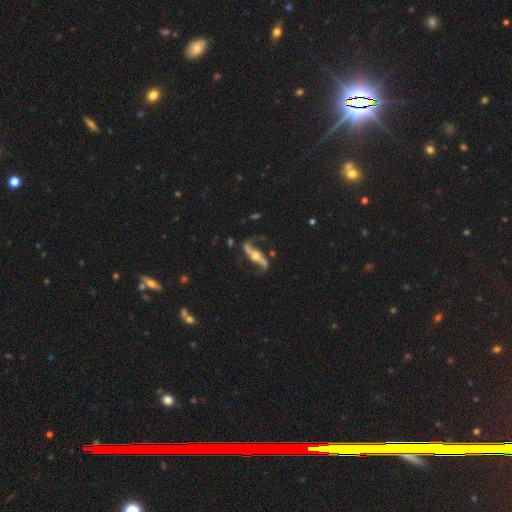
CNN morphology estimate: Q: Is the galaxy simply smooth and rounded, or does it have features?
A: featured or disk — 85%.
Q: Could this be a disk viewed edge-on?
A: no — 66%.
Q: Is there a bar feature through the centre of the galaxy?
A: no — 41%.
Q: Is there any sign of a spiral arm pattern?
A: yes — 91%.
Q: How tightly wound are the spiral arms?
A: loose — 82%.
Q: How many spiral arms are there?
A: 2 — 92%.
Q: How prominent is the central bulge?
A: moderate — 56%.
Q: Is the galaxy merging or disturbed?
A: none — 70%.